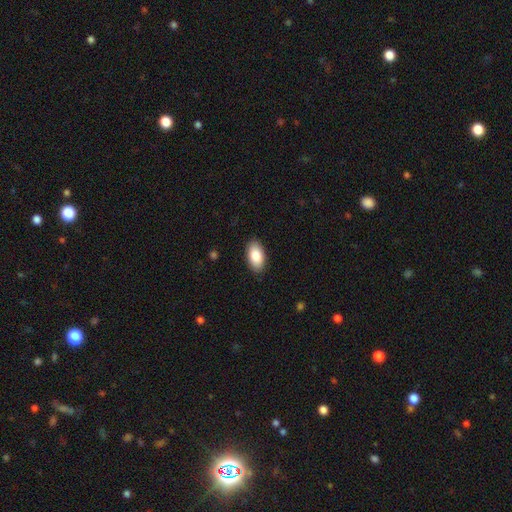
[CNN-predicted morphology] smooth_or_featured: smooth (p=0.86) [alt: featured or disk p=0.08]
how_rounded: in between (p=0.95) [alt: round p=0.03]
merging: none (p=0.89) [alt: minor disturbance p=0.08]